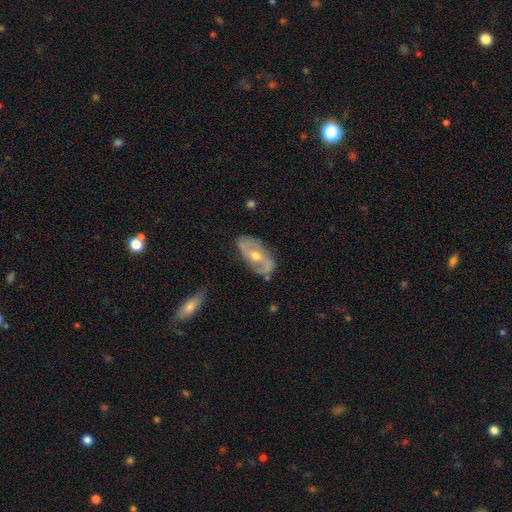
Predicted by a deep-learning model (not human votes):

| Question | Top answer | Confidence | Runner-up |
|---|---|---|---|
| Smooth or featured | featured or disk | 77% | smooth (17%) |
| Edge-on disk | no | 92% | yes (8%) |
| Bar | no | 45% | weak (36%) |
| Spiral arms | yes | 83% | no (17%) |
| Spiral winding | medium | 40% | loose (39%) |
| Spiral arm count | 2 | 85% | can't tell (9%) |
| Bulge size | moderate | 69% | small (26%) |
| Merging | none | 73% | minor disturbance (19%) |